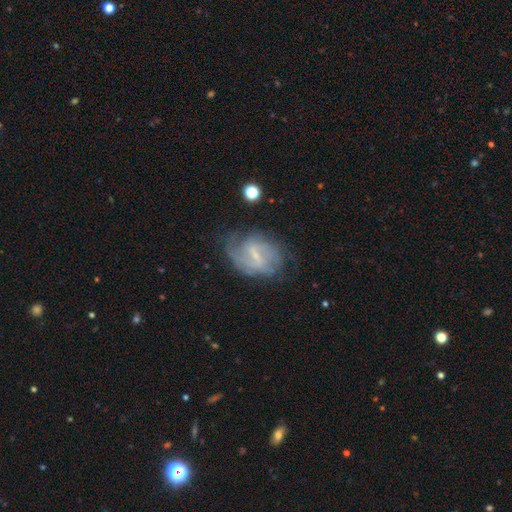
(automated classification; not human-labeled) Smooth or featured? Predicted: featured or disk (p=0.80). Edge-on disk? Predicted: no (p=0.97). Bar? Predicted: weak (p=0.58). Spiral arms? Predicted: yes (p=0.90). Spiral winding? Predicted: medium (p=0.45). Spiral arm count? Predicted: 2 (p=0.53). Bulge size? Predicted: small (p=0.62). Merging? Predicted: none (p=0.61).